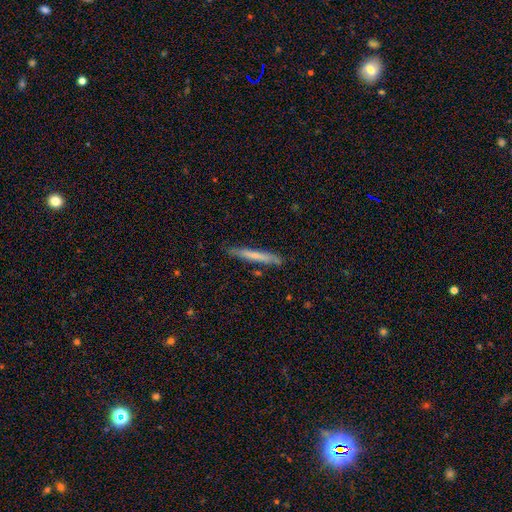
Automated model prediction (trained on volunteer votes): Smooth or featured? Predicted: smooth (p=0.62). How rounded? Predicted: cigar-shaped (p=0.96). Merging? Predicted: none (p=0.83).